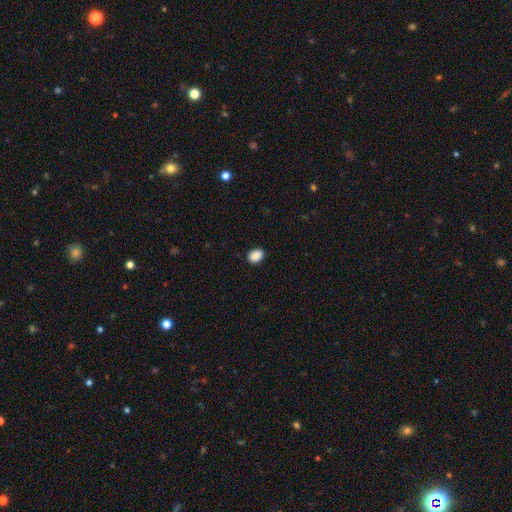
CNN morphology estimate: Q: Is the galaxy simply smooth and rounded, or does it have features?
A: smooth — 89%.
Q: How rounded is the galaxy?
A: in between — 66%.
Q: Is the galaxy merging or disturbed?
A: none — 90%.